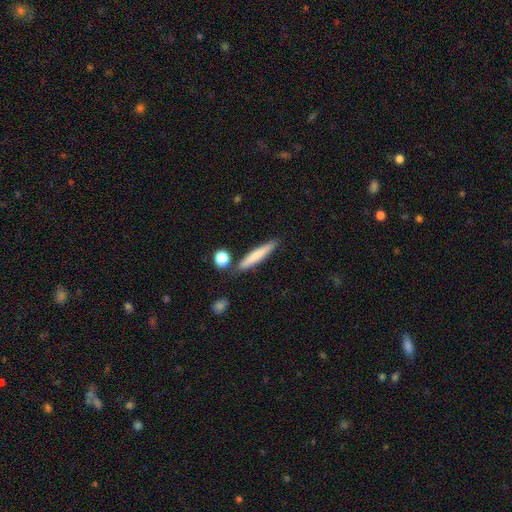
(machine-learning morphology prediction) Smooth or featured: smooth — 70% (featured or disk — 24%)
How rounded: cigar-shaped — 92% (in between — 7%)
Merging: none — 83% (minor disturbance — 10%)